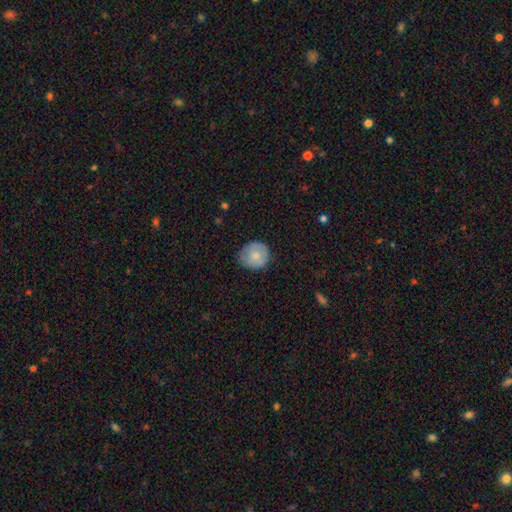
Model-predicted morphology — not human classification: smooth-or-featured: smooth: 72% | featured or disk: 21% | star or artifact: 7%
  how-rounded: round: 88% | in between: 11% | cigar-shaped: 1%
  merging: none: 78% | minor disturbance: 18% | major disturbance: 3% | merger: 1%